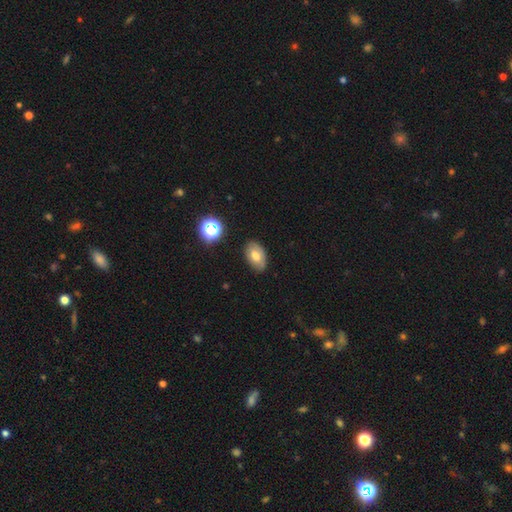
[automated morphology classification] smooth_or_featured: smooth (p=0.68) [alt: featured or disk p=0.21]
how_rounded: in between (p=0.89) [alt: round p=0.10]
merging: none (p=0.81) [alt: minor disturbance p=0.14]